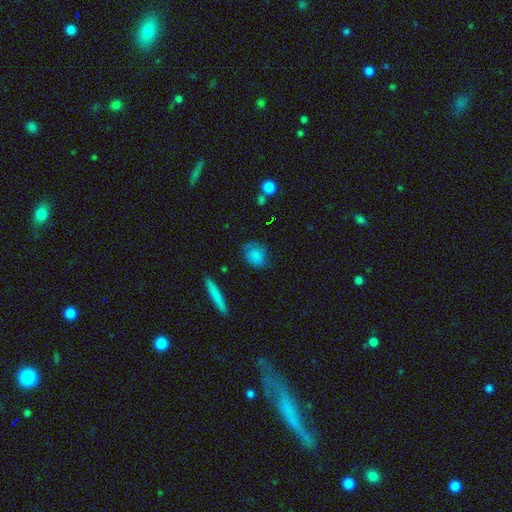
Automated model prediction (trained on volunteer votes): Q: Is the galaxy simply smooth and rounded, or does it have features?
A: smooth — 83%.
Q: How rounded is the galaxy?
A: round — 60%.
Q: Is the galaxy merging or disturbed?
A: none — 71%.